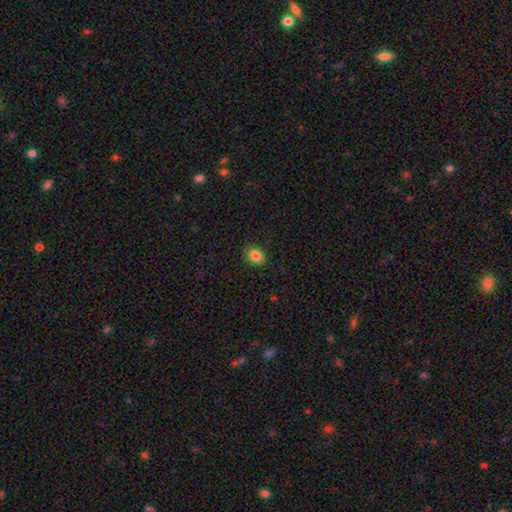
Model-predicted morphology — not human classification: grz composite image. It shows a smooth galaxy with no disk features (85%) that is in between round and cigar-shaped (51%). Merging: none (86%).